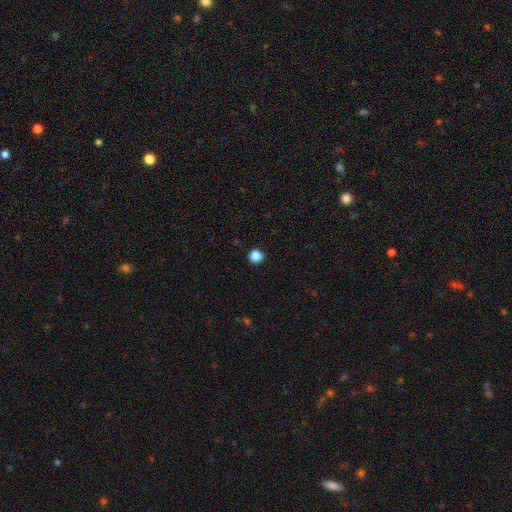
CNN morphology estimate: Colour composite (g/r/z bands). It shows a smooth galaxy with no disk features (87%) that is round (92%). Merging: none (92%).